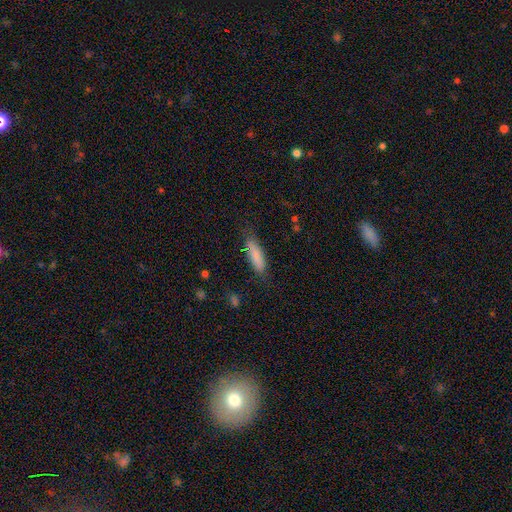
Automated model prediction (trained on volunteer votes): Q: Smooth or featured?
A: smooth (82%); runner-up: featured or disk (11%)
Q: How rounded?
A: cigar-shaped (57%); runner-up: in between (41%)
Q: Merging?
A: none (75%); runner-up: minor disturbance (19%)